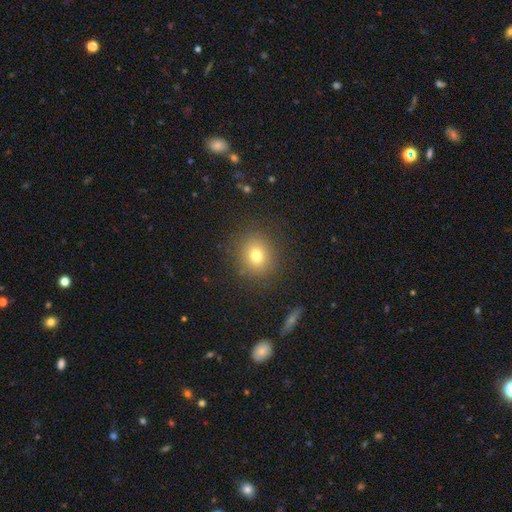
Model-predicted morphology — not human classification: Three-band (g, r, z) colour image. It shows a smooth galaxy with no disk features (75%) that is round (80%). Merging: none (88%).